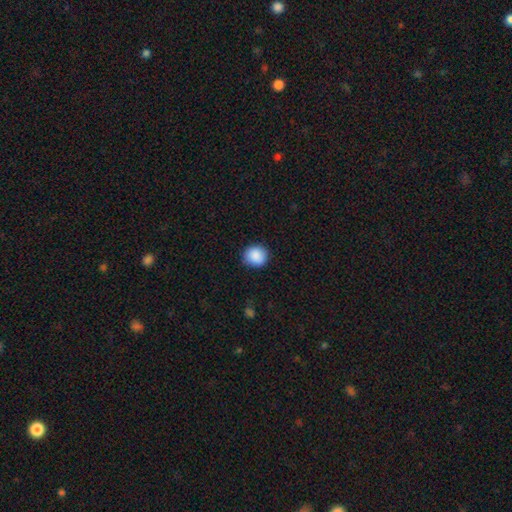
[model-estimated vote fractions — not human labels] This appears to be a smooth galaxy with no disk features (89%) that is round (85%). Merging: none (87%).